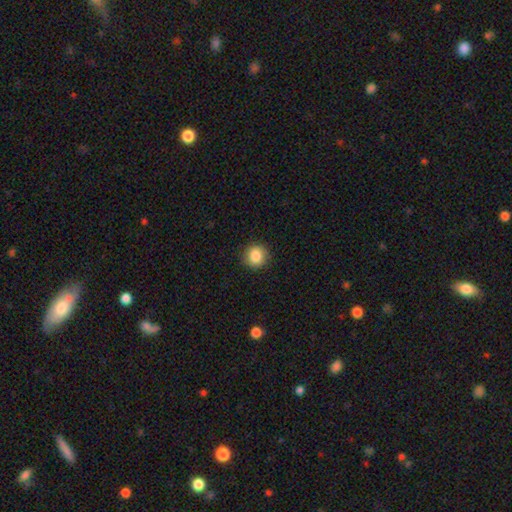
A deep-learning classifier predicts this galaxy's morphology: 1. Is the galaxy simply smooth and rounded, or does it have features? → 85% smooth, 9% star or artifact, 5% featured or disk.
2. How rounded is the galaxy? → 90% round, 9% in between, 1% cigar-shaped.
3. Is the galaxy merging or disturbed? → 90% none, 7% minor disturbance, 2% major disturbance, 1% merger.